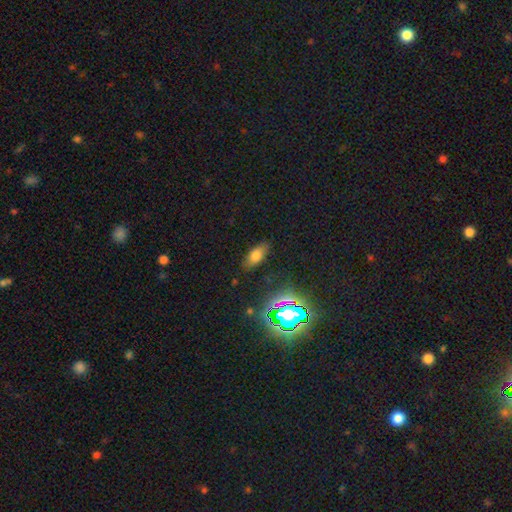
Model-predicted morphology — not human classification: type=smooth (67%); roundness=in between (84%); merging=none (81%).